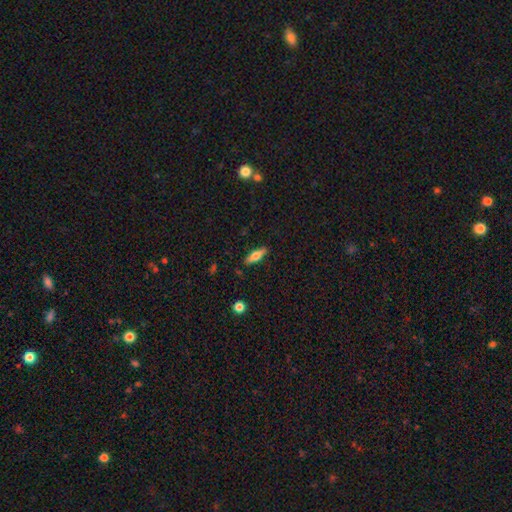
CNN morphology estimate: Q: Smooth or featured?
A: smooth (58%); runner-up: featured or disk (35%)
Q: How rounded?
A: cigar-shaped (50%); runner-up: in between (48%)
Q: Merging?
A: none (87%); runner-up: minor disturbance (9%)